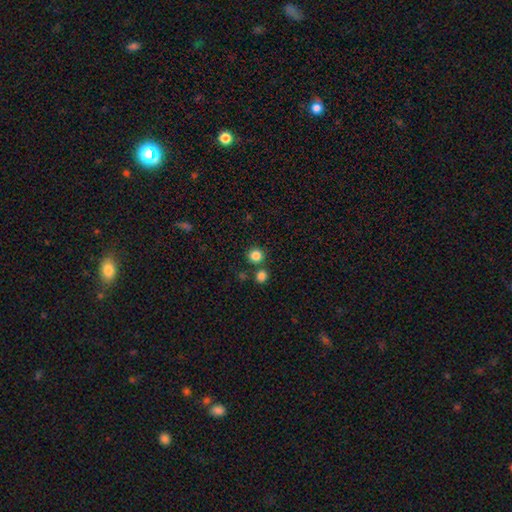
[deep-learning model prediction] smooth_or_featured: smooth (p=0.84) [alt: star or artifact p=0.12]
how_rounded: round (p=0.91) [alt: in between p=0.08]
merging: none (p=0.77) [alt: merger p=0.14]